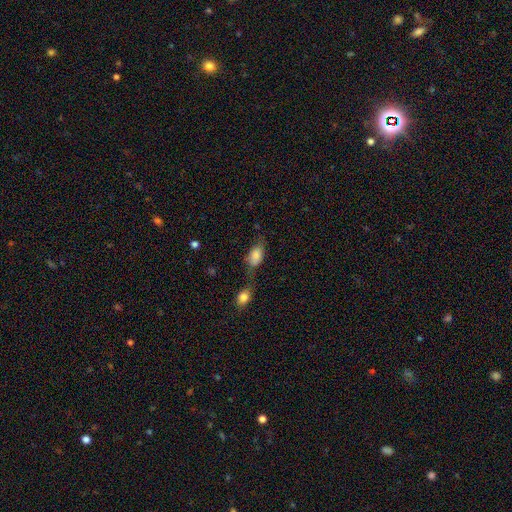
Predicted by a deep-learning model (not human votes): A smooth galaxy with no disk features (81%) that is in between round and cigar-shaped (88%). Merging: none (38%).